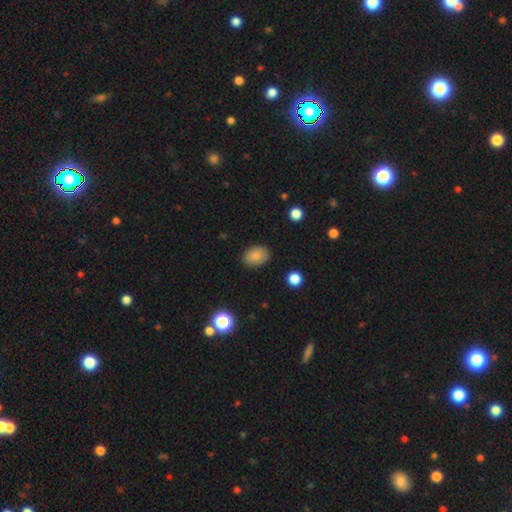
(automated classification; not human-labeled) smooth_or_featured: smooth (p=0.85) [alt: star or artifact p=0.09]
how_rounded: in between (p=0.79) [alt: round p=0.20]
merging: none (p=0.86) [alt: minor disturbance p=0.11]